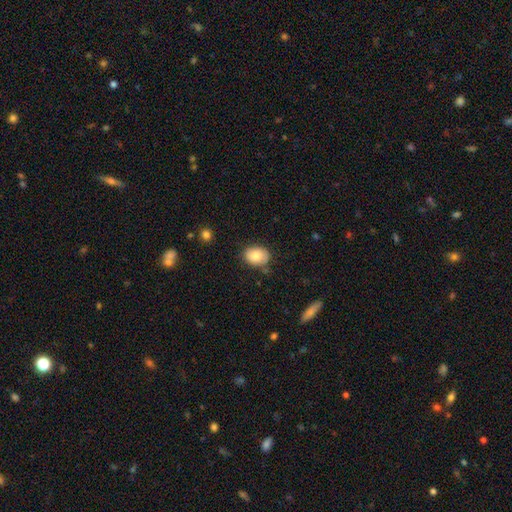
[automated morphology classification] Smooth or featured: smooth — 83% (featured or disk — 10%)
How rounded: in between — 65% (round — 34%)
Merging: none — 77% (minor disturbance — 17%)